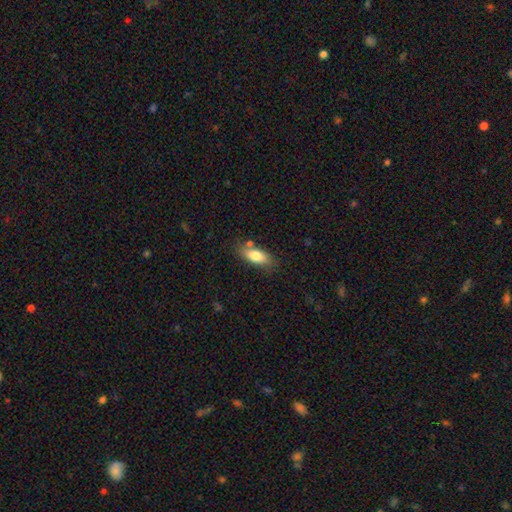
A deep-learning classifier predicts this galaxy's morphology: type=smooth (78%); roundness=in between (80%); merging=none (72%).